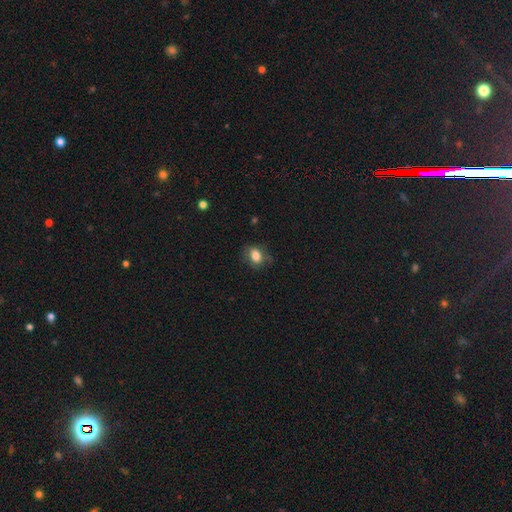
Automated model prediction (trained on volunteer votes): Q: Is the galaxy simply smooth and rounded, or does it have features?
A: smooth — 80%.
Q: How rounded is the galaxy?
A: in between — 73%.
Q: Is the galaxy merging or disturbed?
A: none — 68%.